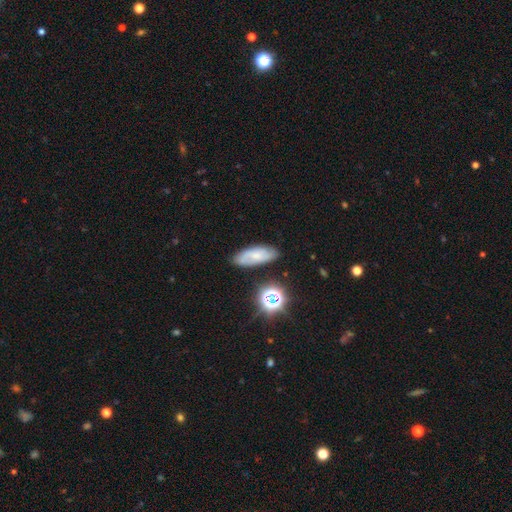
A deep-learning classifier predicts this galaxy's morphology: A featured or disk galaxy (45%).

Vote fractions:
- Smooth or featured? featured or disk: 45% / smooth: 42% / star or artifact: 13%
- Merging? none: 78% / minor disturbance: 15% / major disturbance: 4% / merger: 3%